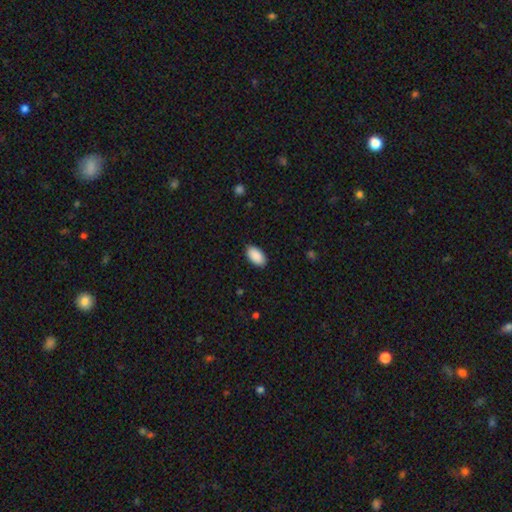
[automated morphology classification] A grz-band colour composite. It shows a smooth galaxy with no disk features (91%) that is in between round and cigar-shaped (96%). Merging: none (89%).